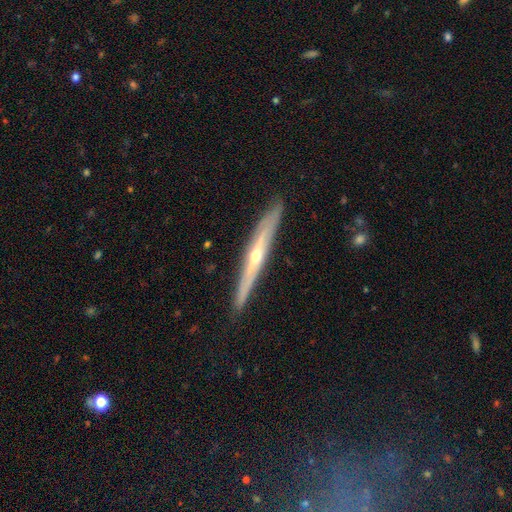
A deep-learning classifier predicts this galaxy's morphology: smooth_or_featured: featured or disk (p=0.75) [alt: smooth p=0.19]
disk_edge_on: yes (p=0.95) [alt: no p=0.05]
edge_on_bulge: rounded (p=0.81) [alt: none p=0.17]
merging: none (p=0.89) [alt: minor disturbance p=0.08]